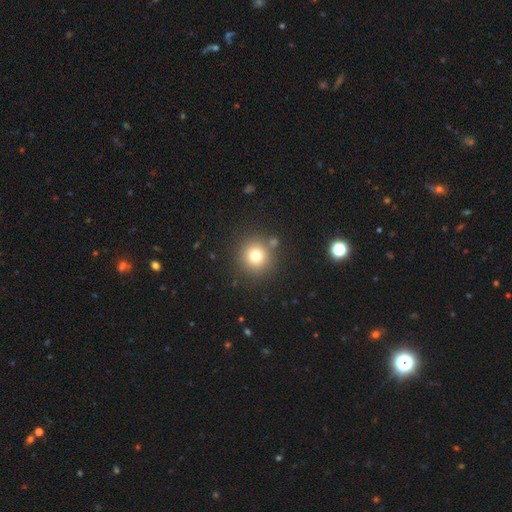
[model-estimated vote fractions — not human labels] Smooth or featured?
  - smooth: 75% *
  - star or artifact: 15%
  - featured or disk: 10%
How rounded?
  - round: 94% *
  - in between: 5%
  - cigar-shaped: 1%
Merging?
  - none: 84% *
  - minor disturbance: 7%
  - merger: 6%
  - major disturbance: 3%